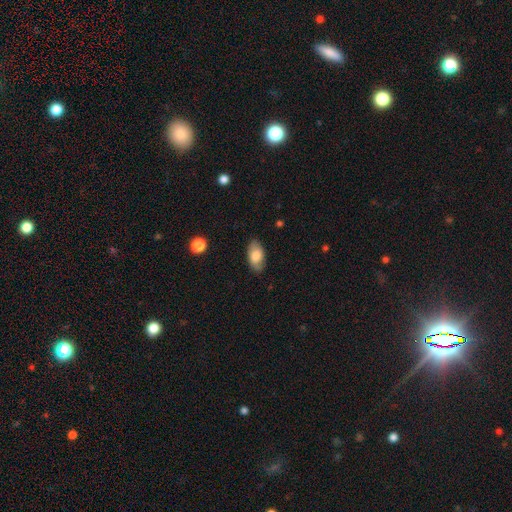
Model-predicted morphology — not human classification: Overall: smooth (76%). How rounded: in between (94%). Merging: none (82%).